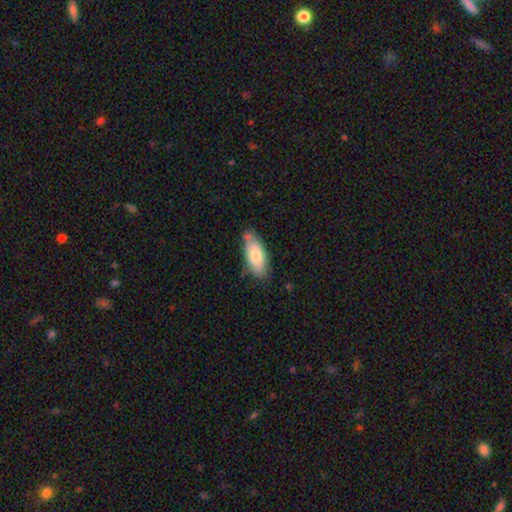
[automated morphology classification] Smooth or featured?
  - smooth: 75% *
  - featured or disk: 19%
  - star or artifact: 6%
How rounded?
  - in between: 84% *
  - cigar-shaped: 14%
  - round: 2%
Merging?
  - none: 67% *
  - minor disturbance: 23%
  - merger: 5%
  - major disturbance: 4%